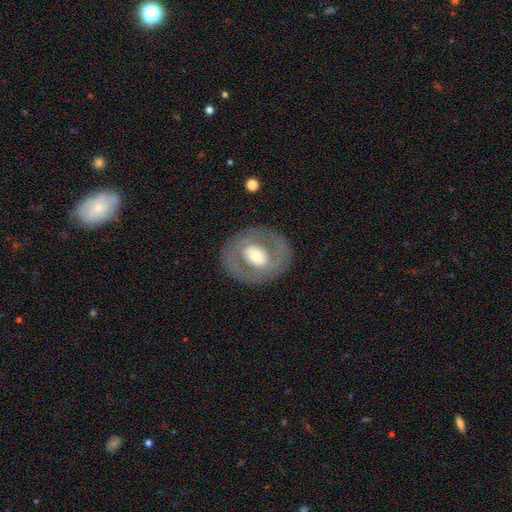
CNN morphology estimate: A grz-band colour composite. It shows a featured or disk galaxy (60%) with no bar (50%), no spiral arms (76%) and a moderate central bulge (56%). Merging: none (81%).